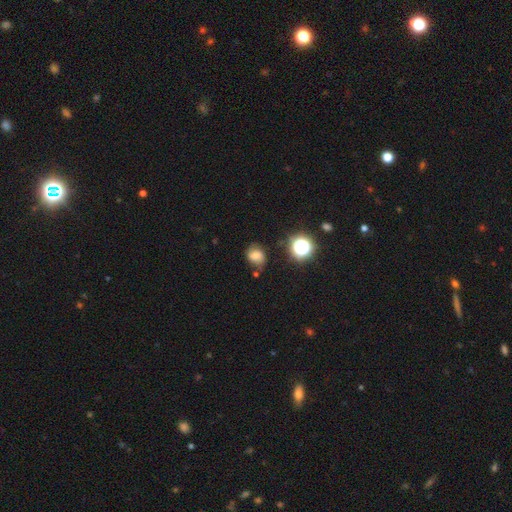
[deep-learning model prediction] Overall: smooth (61%). How rounded: round (58%; in between 41%). Merging: none (61%; minor disturbance 25%).